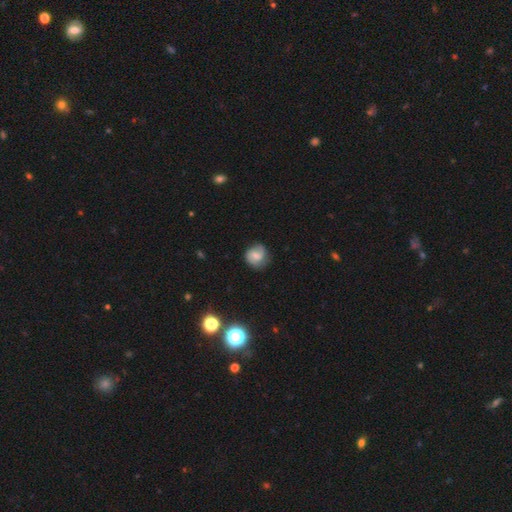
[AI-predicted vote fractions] smooth_or_featured: featured or disk (p=0.47) [alt: smooth p=0.44]
merging: none (p=0.71) [alt: minor disturbance p=0.20]